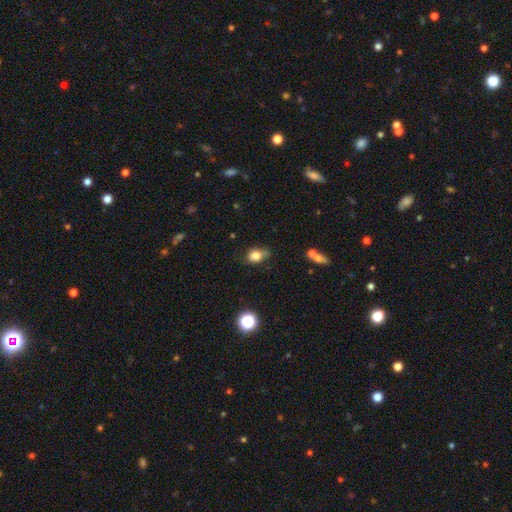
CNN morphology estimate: The model was most divided on "merging": none: 53%, minor disturbance: 33%, major disturbance: 9%, merger: 5%. More confident: smooth or featured — smooth (80%); how rounded — in between (65%).